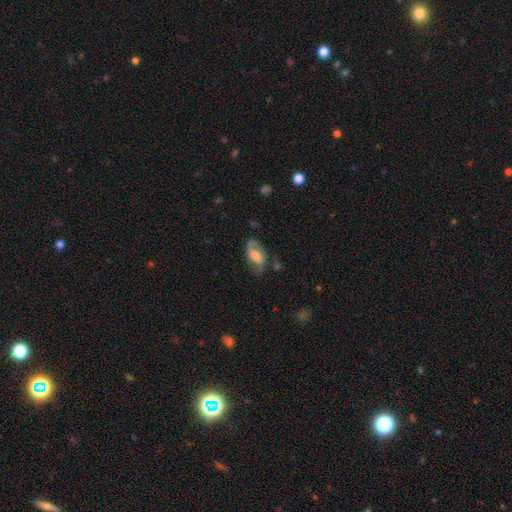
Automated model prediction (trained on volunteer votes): Smooth or featured?
  - featured or disk: 60% *
  - smooth: 33%
  - star or artifact: 8%
Edge-on disk?
  - no: 94% *
  - yes: 6%
Bar?
  - weak: 43% *
  - no: 36%
  - strong: 21%
Spiral arms?
  - yes: 85% *
  - no: 15%
Bulge size?
  - moderate: 41% *
  - large: 24%
  - small: 22%
  - none: 10%
  - dominant: 3%
Merging?
  - none: 61% *
  - minor disturbance: 23%
  - major disturbance: 13%
  - merger: 3%